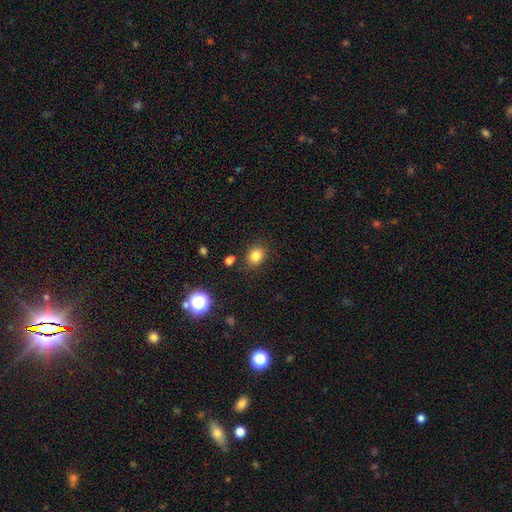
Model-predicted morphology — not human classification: A smooth galaxy with no disk features (83%) that is round (51%). Merging: none (83%).